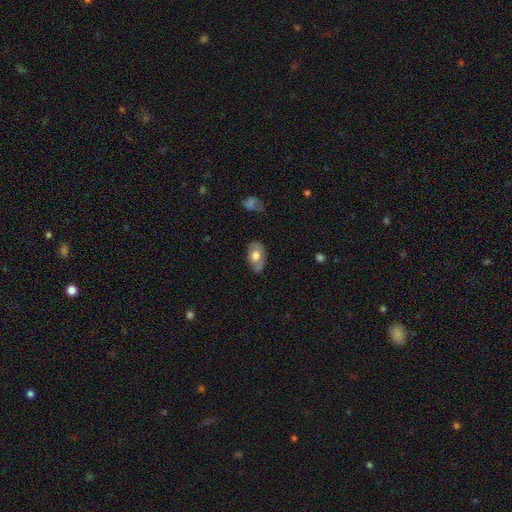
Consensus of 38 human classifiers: smooth 50%, featured or disk 45%, star or artifact 5%. Down the decision tree: how rounded — in between (84%); merging — none (64%).